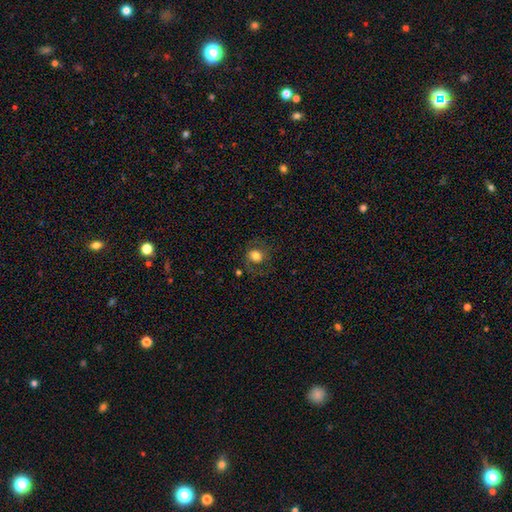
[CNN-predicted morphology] A smooth galaxy with no disk features (65%) that is round (73%). Merging: none (68%).